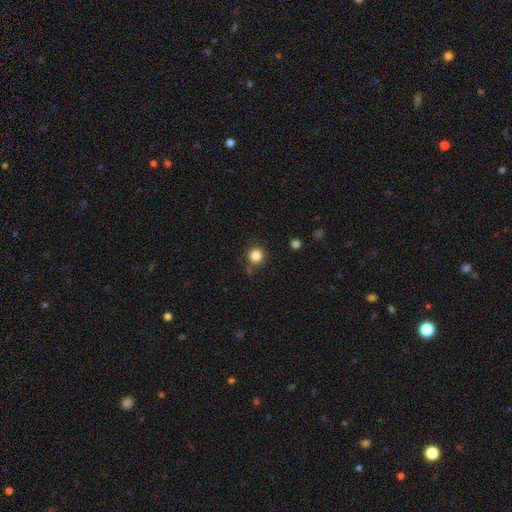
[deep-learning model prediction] Smooth or featured: smooth — 84% (star or artifact — 11%)
How rounded: round — 93% (in between — 6%)
Merging: none — 83% (minor disturbance — 10%)